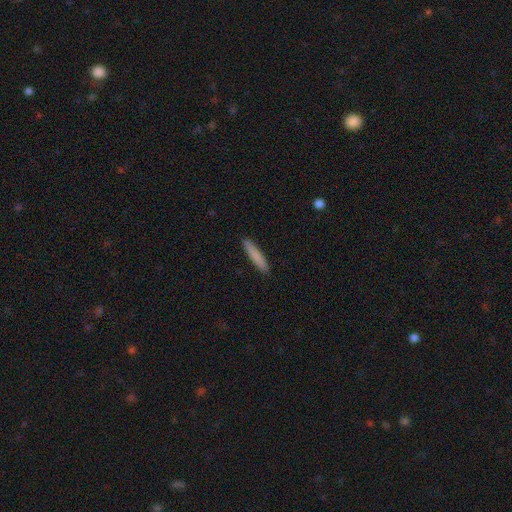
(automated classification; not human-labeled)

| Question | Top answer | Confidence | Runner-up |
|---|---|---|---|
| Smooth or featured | smooth | 83% | featured or disk (12%) |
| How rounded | cigar-shaped | 92% | in between (6%) |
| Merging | none | 91% | minor disturbance (7%) |